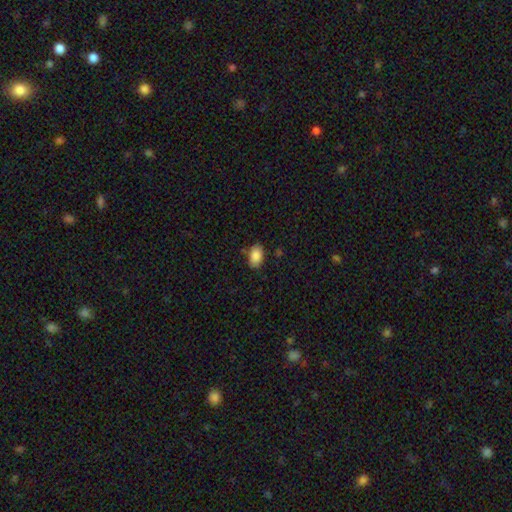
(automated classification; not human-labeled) Morphology: type=smooth (88%); roundness=in between (88%); merging=none (80%).